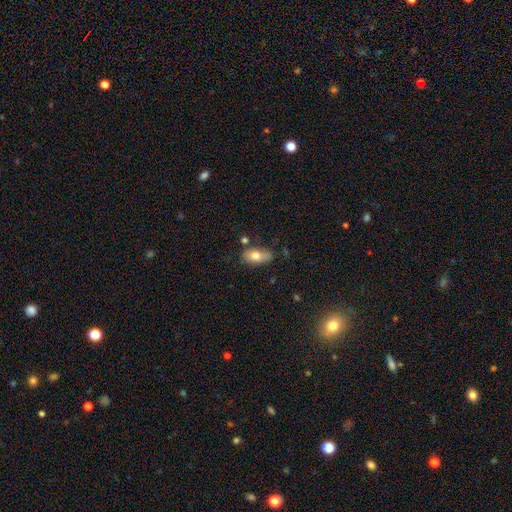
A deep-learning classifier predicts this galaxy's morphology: Smooth or featured? Predicted: smooth (p=0.73). How rounded? Predicted: in between (p=0.87). Merging? Predicted: none (p=0.68).